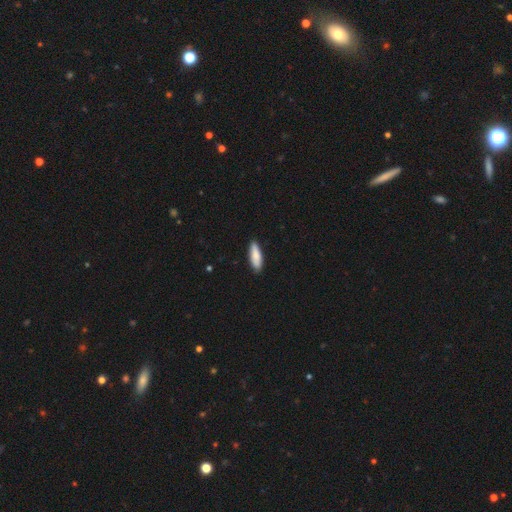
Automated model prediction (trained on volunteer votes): Smooth or featured? Predicted: smooth (p=0.84). How rounded? Predicted: in between (p=0.51). Merging? Predicted: none (p=0.88).